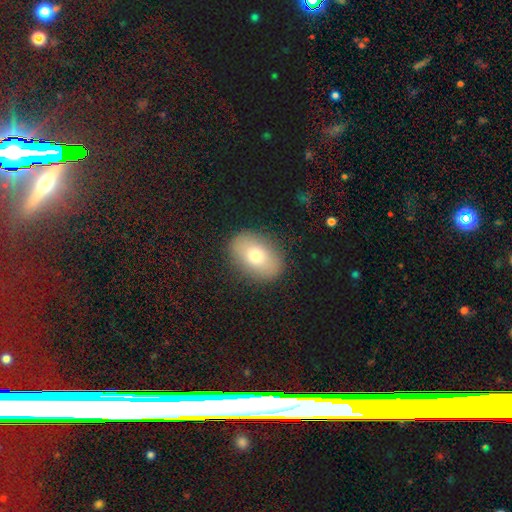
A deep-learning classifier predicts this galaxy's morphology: Smooth or featured: smooth — 74% (featured or disk — 18%)
How rounded: in between — 80% (round — 19%)
Merging: none — 88% (minor disturbance — 8%)